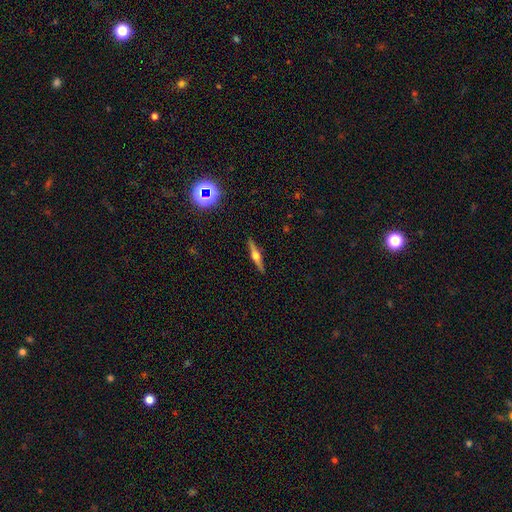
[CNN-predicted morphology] type=featured or disk (73%); edge-on=yes (98%); edge-on bulge=rounded (94%); merging=none (91%).